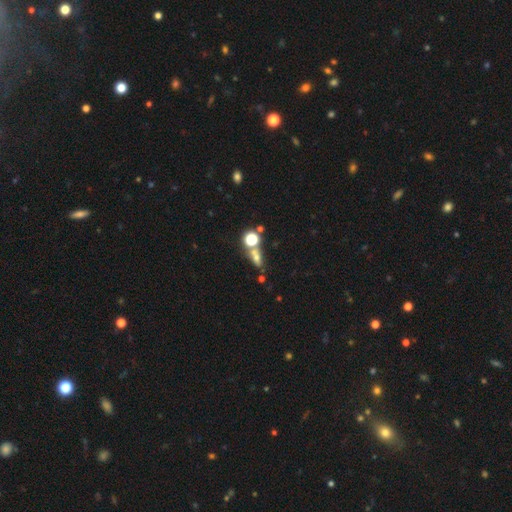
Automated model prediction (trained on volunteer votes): Smooth or featured: smooth — 52% (star or artifact — 28%)
How rounded: in between — 47% (round — 37%)
Merging: none — 50% (merger — 31%)